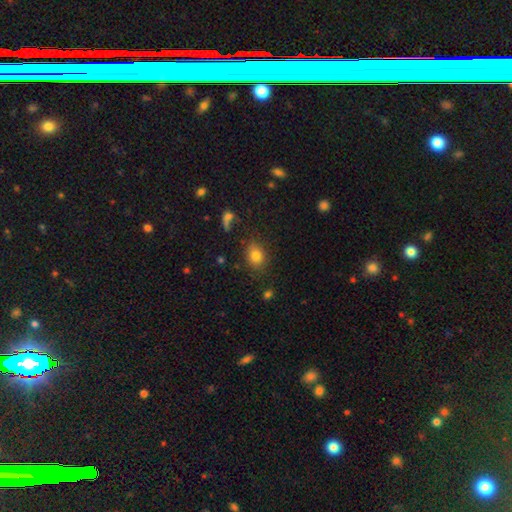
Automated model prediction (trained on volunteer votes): Smooth or featured? Predicted: smooth (p=0.80). How rounded? Predicted: in between (p=0.57). Merging? Predicted: none (p=0.79).